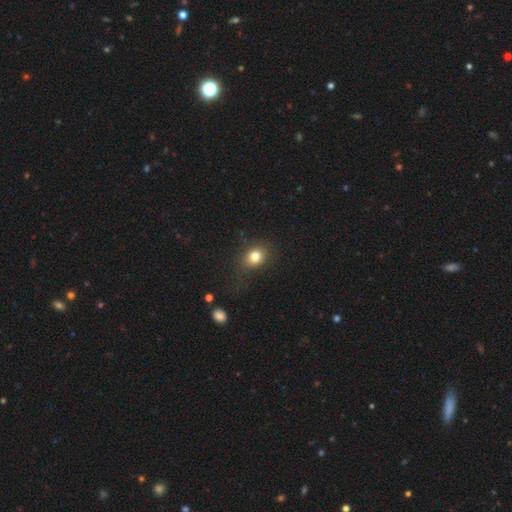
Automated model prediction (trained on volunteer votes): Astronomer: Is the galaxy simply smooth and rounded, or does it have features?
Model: smooth — 80%.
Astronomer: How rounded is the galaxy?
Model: round — 56% (runner-up: in between, 43%).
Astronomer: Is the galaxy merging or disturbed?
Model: none — 74%.